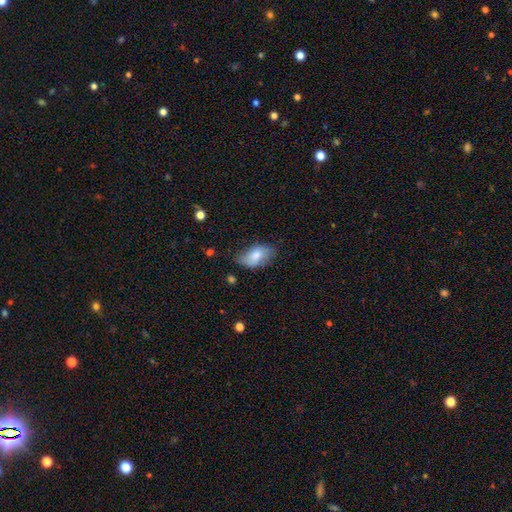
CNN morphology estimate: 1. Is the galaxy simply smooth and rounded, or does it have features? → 75% smooth, 18% featured or disk, 7% star or artifact.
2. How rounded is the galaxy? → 93% in between, 5% round, 2% cigar-shaped.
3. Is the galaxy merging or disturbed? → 62% none, 29% minor disturbance, 7% major disturbance, 2% merger.